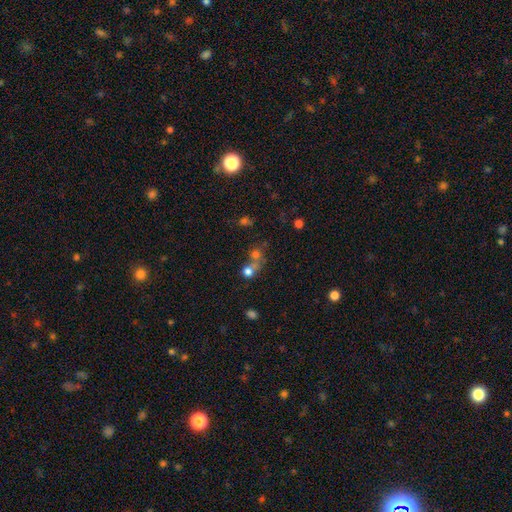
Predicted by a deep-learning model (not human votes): A smooth galaxy with no disk features (53%) that is round (77%).

Vote fractions:
- Smooth or featured? smooth: 53% / star or artifact: 30% / featured or disk: 17%
- How rounded? round: 77% / in between: 21% / cigar-shaped: 2%
- Merging? merger: 48% / none: 38% / minor disturbance: 7% / major disturbance: 6%